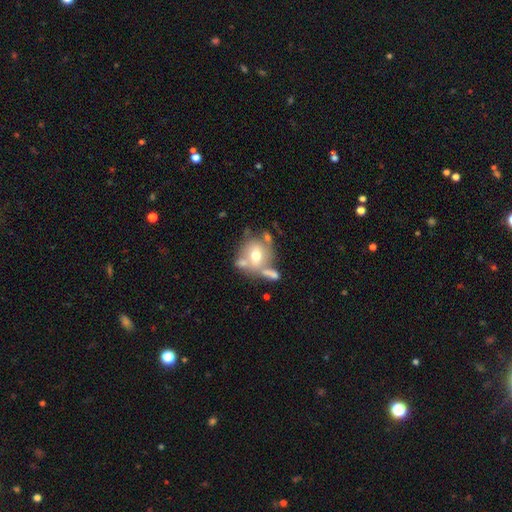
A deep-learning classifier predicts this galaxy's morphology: Smooth or featured? Predicted: smooth (p=0.53). How rounded? Predicted: round (p=0.61). Merging? Predicted: none (p=0.39).